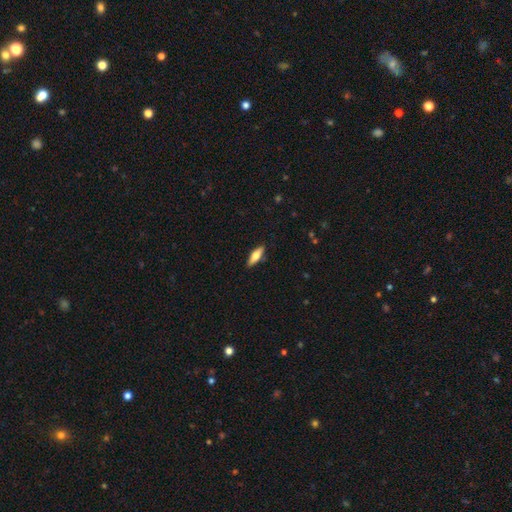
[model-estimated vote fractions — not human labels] smooth 60%, featured or disk 34%, star or artifact 6%. Down the decision tree: how rounded — in between (50%); merging — none (88%).